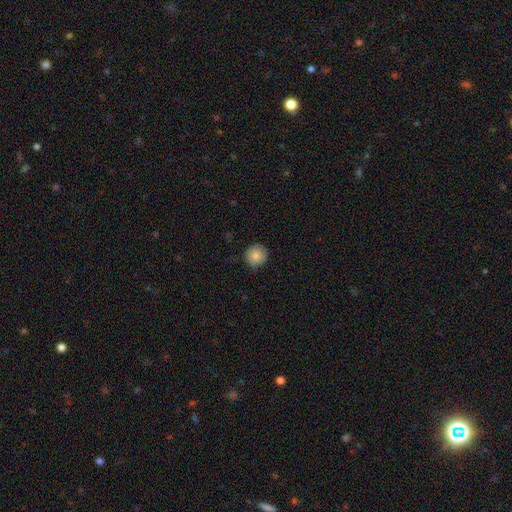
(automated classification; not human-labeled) Morphology: type=smooth (85%); roundness=round (94%); merging=none (85%).